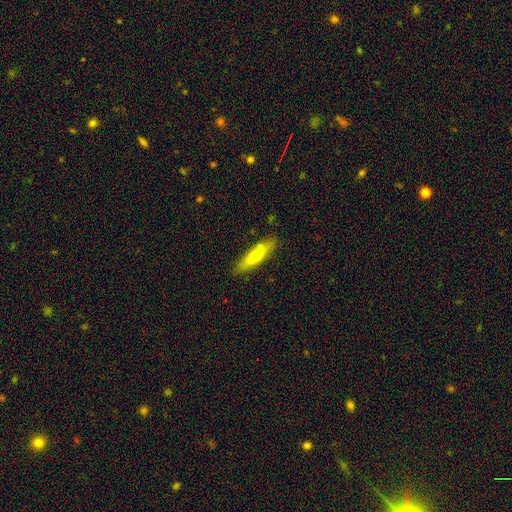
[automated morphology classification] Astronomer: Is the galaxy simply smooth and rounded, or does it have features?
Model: smooth — 59% (runner-up: featured or disk, 35%).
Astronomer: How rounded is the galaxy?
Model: cigar-shaped — 74%.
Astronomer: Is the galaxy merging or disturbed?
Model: none — 82%.